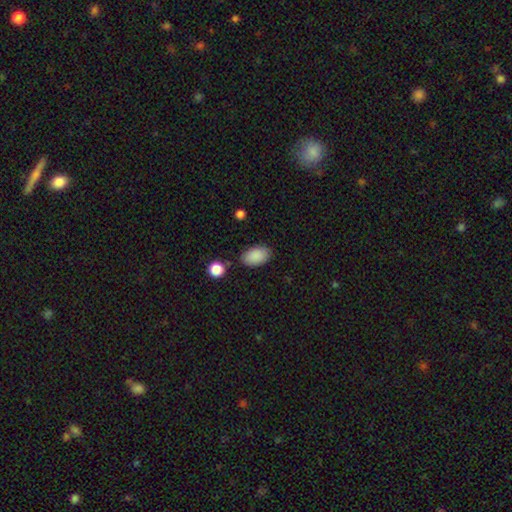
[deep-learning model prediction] Smooth or featured?
  - smooth: 89% *
  - star or artifact: 7%
  - featured or disk: 4%
How rounded?
  - in between: 94% *
  - round: 5%
  - cigar-shaped: 1%
Merging?
  - none: 81% *
  - minor disturbance: 12%
  - merger: 3%
  - major disturbance: 3%